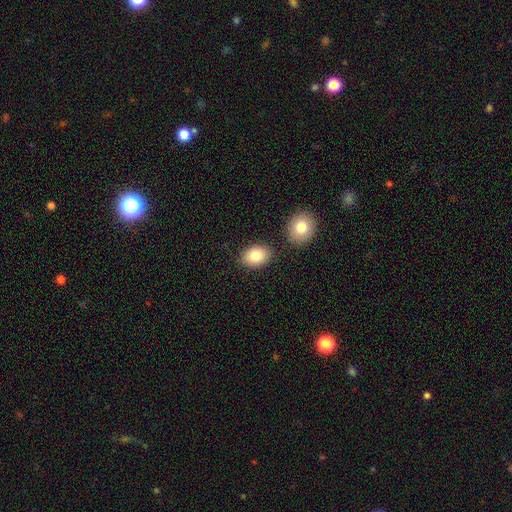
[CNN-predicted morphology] smooth_or_featured: smooth (p=0.83) [alt: featured or disk p=0.10]
how_rounded: in between (p=0.77) [alt: round p=0.22]
merging: none (p=0.79) [alt: minor disturbance p=0.10]